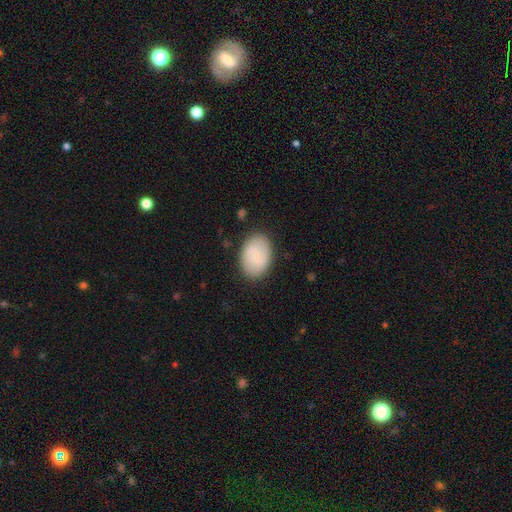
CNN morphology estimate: A smooth galaxy with no disk features (60%) that is in between round and cigar-shaped (82%).

Vote fractions:
- Smooth or featured? smooth: 60% / featured or disk: 32% / star or artifact: 7%
- How rounded? in between: 82% / round: 17% / cigar-shaped: 1%
- Merging? none: 85% / minor disturbance: 11% / major disturbance: 3% / merger: 1%